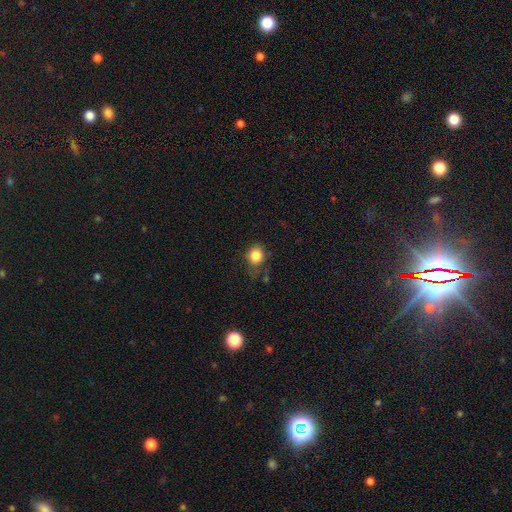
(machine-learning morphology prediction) Overall: smooth (84%). How rounded: round (74%). Merging: none (68%).